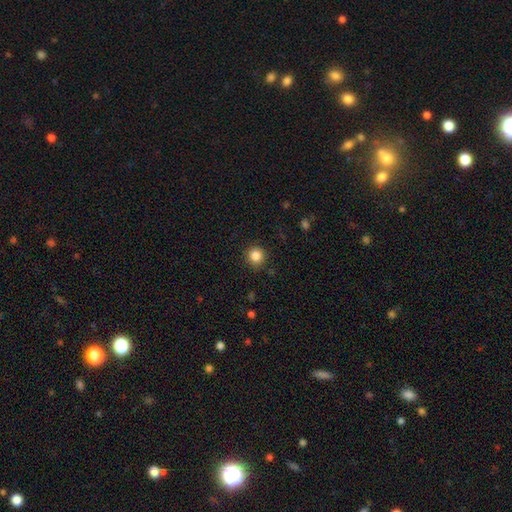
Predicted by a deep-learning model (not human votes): smooth-or-featured: smooth: 85% | star or artifact: 11% | featured or disk: 4%
  how-rounded: round: 94% | in between: 6% | cigar-shaped: 1%
  merging: none: 90% | minor disturbance: 7% | major disturbance: 2% | merger: 1%